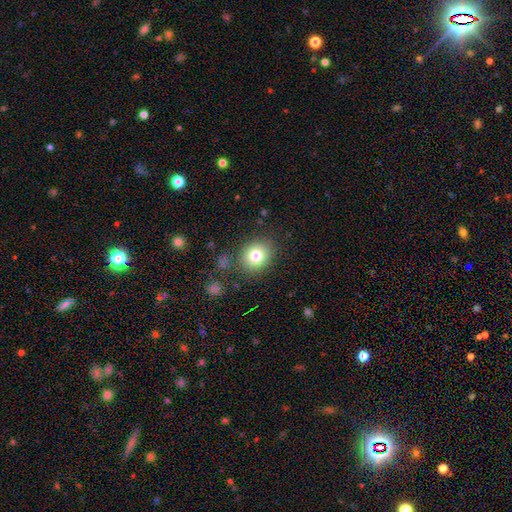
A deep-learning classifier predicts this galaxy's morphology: smooth_or_featured: smooth (p=0.79) [alt: star or artifact p=0.11]
how_rounded: round (p=0.75) [alt: in between p=0.24]
merging: none (p=0.84) [alt: minor disturbance p=0.09]